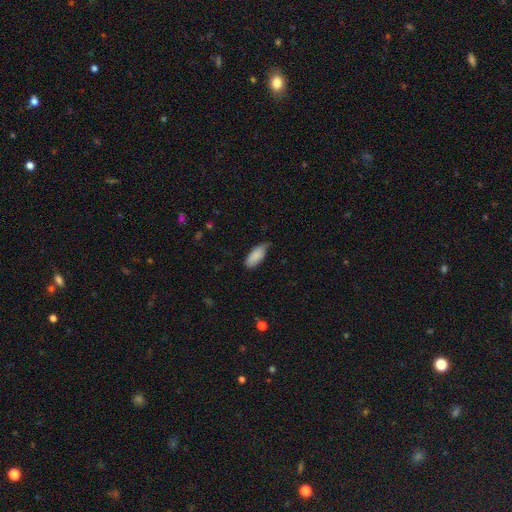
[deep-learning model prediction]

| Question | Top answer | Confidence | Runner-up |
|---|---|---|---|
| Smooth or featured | smooth | 86% | featured or disk (7%) |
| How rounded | in between | 87% | cigar-shaped (11%) |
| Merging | none | 54% | minor disturbance (39%) |